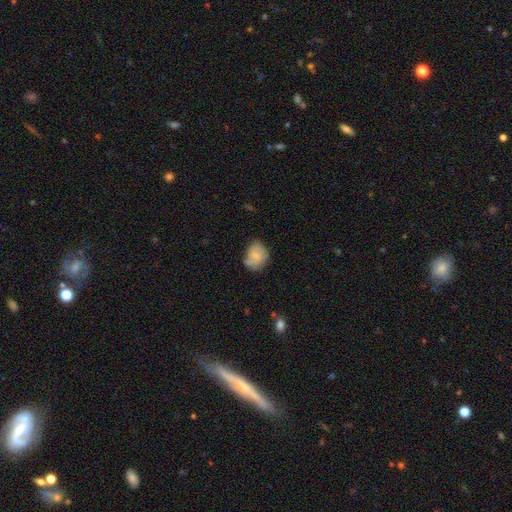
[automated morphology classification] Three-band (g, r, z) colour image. It shows a smooth galaxy with no disk features (59%) that is in between round and cigar-shaped (50%). Merging: none (55%).